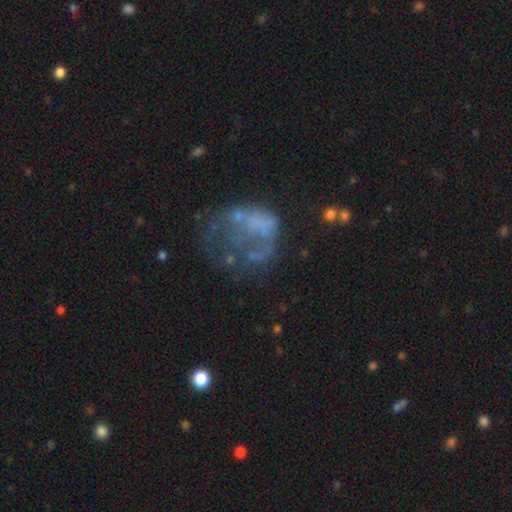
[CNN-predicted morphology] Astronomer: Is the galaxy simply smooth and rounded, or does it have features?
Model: featured or disk — 55%.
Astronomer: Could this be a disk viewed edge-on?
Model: no — 98%.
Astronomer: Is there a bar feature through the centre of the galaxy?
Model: no — 92%.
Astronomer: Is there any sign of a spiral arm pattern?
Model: no — 91%.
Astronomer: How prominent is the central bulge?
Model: none — 79%.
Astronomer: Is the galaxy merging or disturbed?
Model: major disturbance — 43% (runner-up: none, 29%).